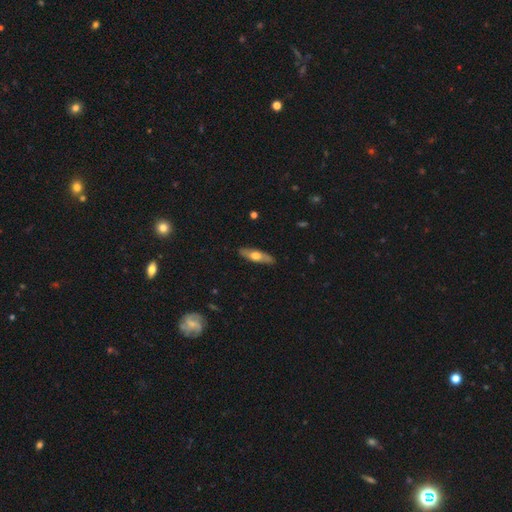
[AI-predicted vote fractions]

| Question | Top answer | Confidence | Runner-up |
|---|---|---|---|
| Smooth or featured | smooth | 49% | featured or disk (45%) |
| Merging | none | 88% | minor disturbance (10%) |